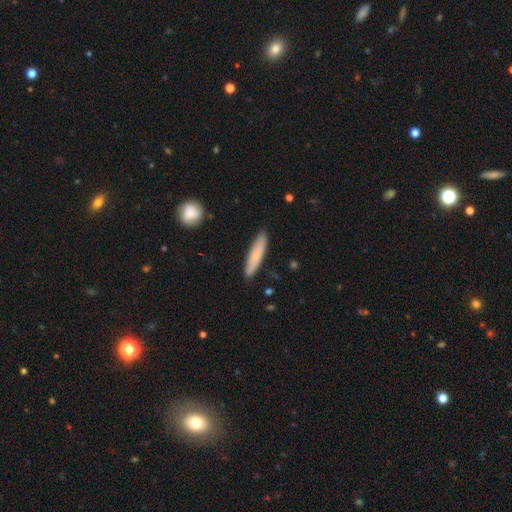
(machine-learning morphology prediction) Smooth or featured? smooth (76%)
How rounded? cigar-shaped (84%)
Merging? none (87%)